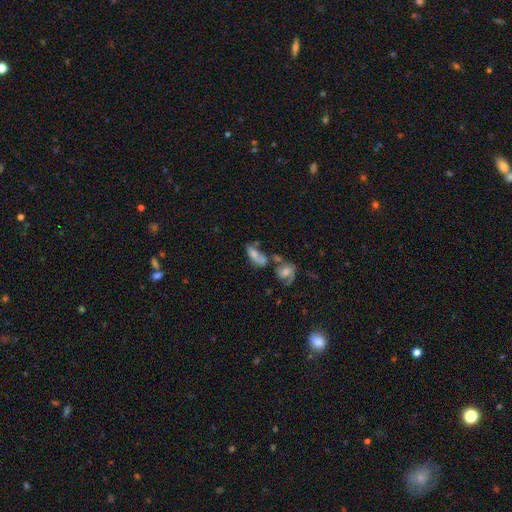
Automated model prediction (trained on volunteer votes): This is possibly a smooth galaxy (56%). How rounded: clearly in between (82%). Merging: possibly merger (45%).